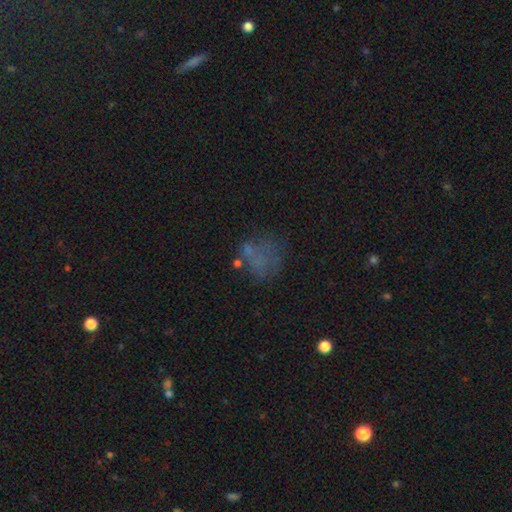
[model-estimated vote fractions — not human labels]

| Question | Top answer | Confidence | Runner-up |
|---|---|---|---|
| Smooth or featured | smooth | 49% | featured or disk (26%) |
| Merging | none | 51% | major disturbance (21%) |